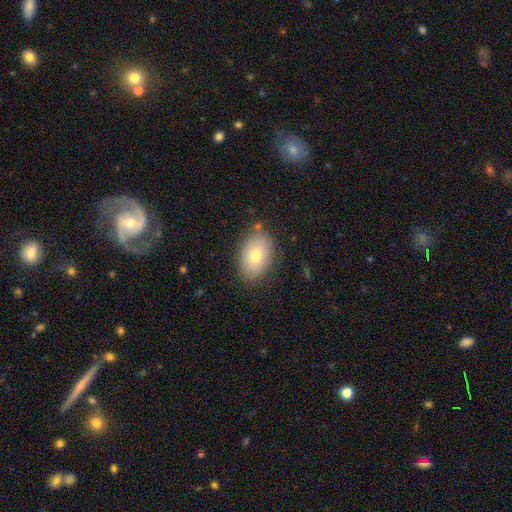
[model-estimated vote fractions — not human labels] A smooth galaxy with no disk features (75%) that is in between round and cigar-shaped (86%). Merging: none (83%).